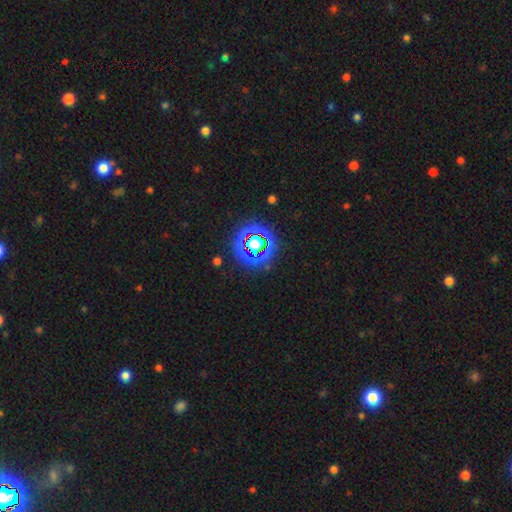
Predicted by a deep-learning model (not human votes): Smooth or featured? star or artifact (75%)